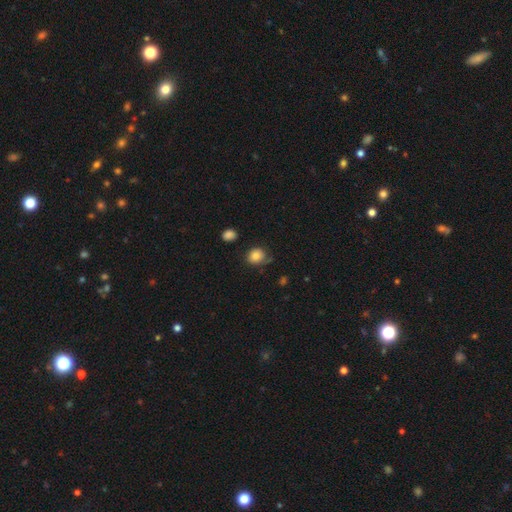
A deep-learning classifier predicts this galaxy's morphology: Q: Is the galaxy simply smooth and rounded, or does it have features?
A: smooth — 83%.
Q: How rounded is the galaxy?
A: round — 71%.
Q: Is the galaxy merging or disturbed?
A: none — 64%.